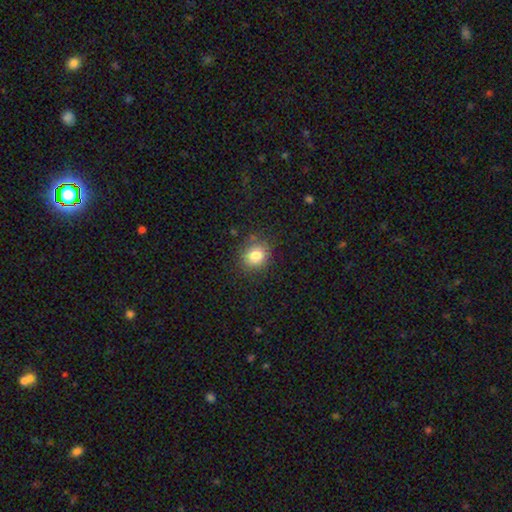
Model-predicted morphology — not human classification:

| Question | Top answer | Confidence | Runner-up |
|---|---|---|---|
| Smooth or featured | smooth | 83% | star or artifact (11%) |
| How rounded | round | 71% | in between (28%) |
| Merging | none | 84% | minor disturbance (11%) |